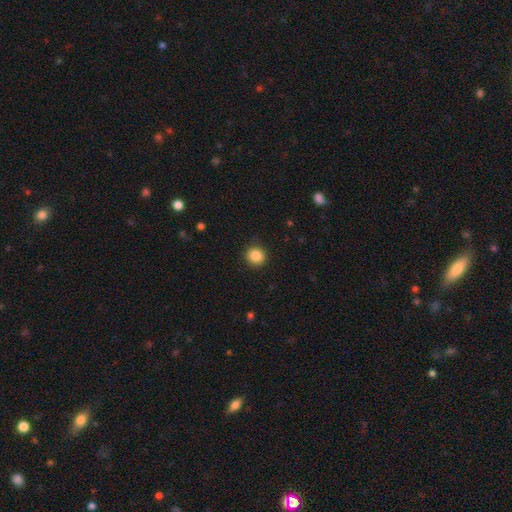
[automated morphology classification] Smooth or featured? Predicted: smooth (p=0.87). How rounded? Predicted: round (p=0.91). Merging? Predicted: none (p=0.89).